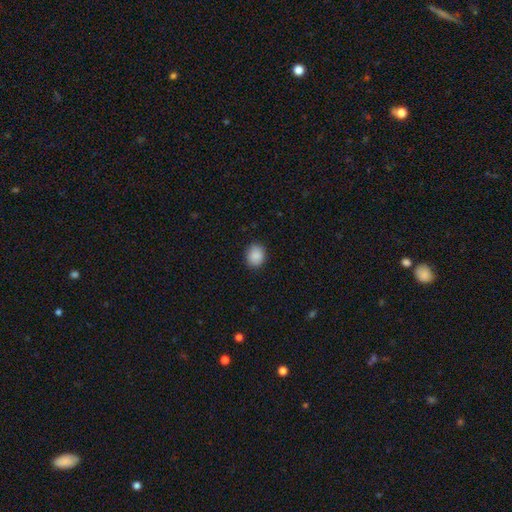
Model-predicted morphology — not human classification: This appears to be a smooth galaxy with no disk features (89%) that is round (65%). Merging: none (87%).